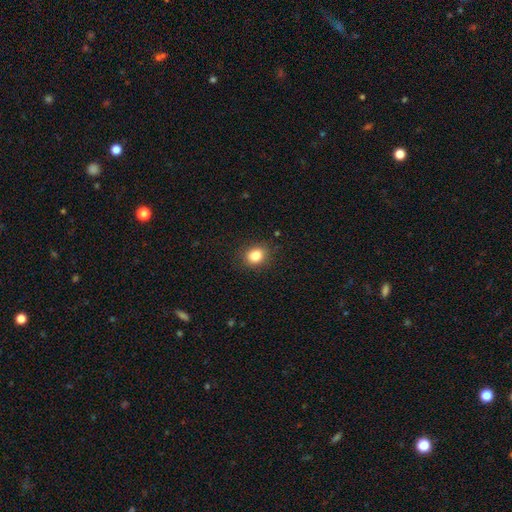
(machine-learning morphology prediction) Smooth or featured? Predicted: smooth (p=0.84). How rounded? Predicted: round (p=0.59). Merging? Predicted: none (p=0.86).